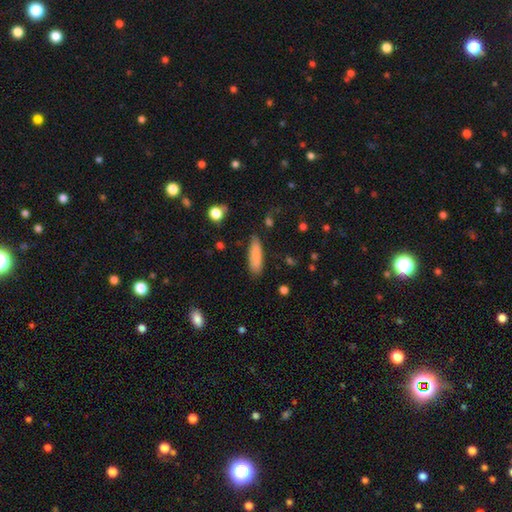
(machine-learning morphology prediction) Q: Smooth or featured?
A: smooth (85%); runner-up: featured or disk (8%)
Q: How rounded?
A: cigar-shaped (54%); runner-up: in between (44%)
Q: Merging?
A: none (79%); runner-up: minor disturbance (16%)